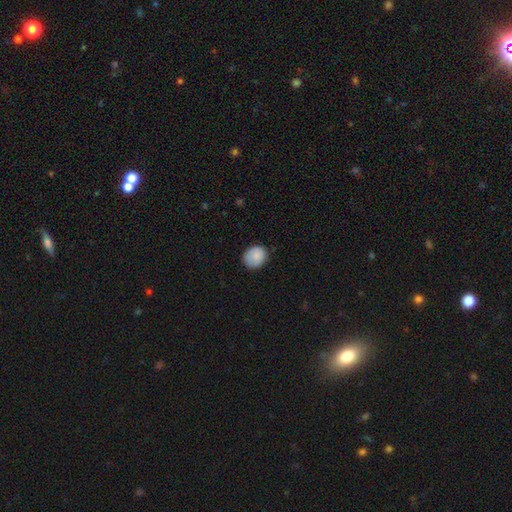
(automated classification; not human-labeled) Smooth or featured: smooth — 81% (featured or disk — 11%)
How rounded: round — 63% (in between — 36%)
Merging: none — 73% (minor disturbance — 21%)